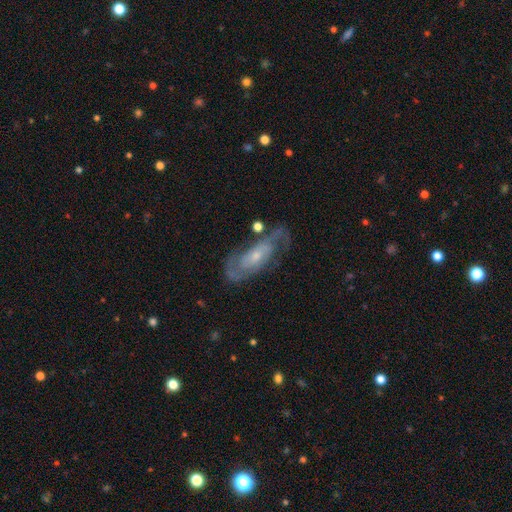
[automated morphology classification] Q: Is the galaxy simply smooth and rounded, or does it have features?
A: featured or disk — 79%.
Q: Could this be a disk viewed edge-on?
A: no — 91%.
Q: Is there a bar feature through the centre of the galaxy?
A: no — 62%.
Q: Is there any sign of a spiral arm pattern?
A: yes — 89%.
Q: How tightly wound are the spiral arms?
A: medium — 43%.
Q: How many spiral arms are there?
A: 2 — 72%.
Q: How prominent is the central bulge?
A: small — 63%.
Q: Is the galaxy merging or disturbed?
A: none — 66%.